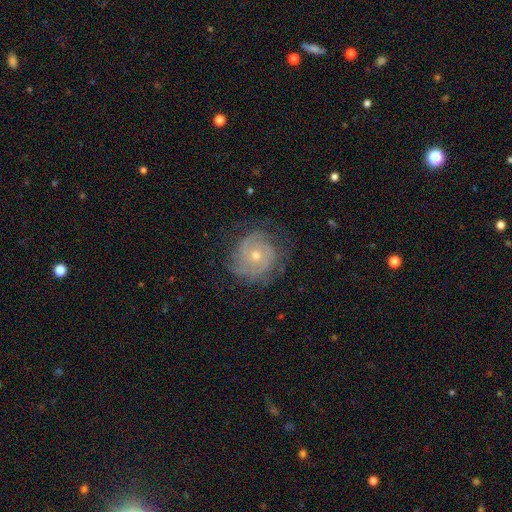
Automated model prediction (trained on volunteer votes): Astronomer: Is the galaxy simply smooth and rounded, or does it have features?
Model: featured or disk — 80%.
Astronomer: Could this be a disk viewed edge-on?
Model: no — 98%.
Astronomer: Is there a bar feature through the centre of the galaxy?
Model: no — 81%.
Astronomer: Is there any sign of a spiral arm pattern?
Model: yes — 92%.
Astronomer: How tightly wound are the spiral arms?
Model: tight — 66%.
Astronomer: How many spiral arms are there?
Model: can't tell — 34% (runner-up: 2, 27%).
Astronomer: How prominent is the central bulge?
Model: small — 54% (runner-up: moderate, 43%).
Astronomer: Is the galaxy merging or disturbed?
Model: none — 71%.